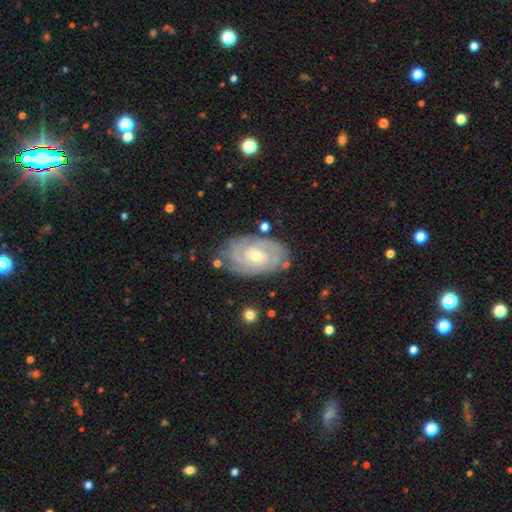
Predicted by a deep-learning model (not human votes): This appears to be a featured or disk galaxy (86%) with no bar (62%), 2 (34%) tight (74%) spiral arms (97%) and a small central bulge (59%). Merging: none (77%).